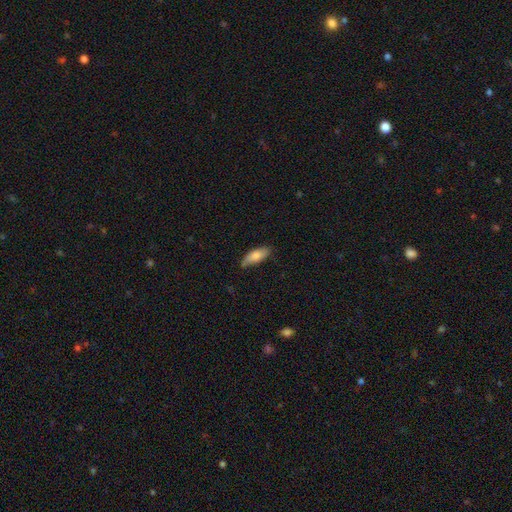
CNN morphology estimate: Smooth or featured?
  - smooth: 77% *
  - featured or disk: 17%
  - star or artifact: 6%
How rounded?
  - in between: 70% *
  - cigar-shaped: 28%
  - round: 2%
Merging?
  - none: 73% *
  - minor disturbance: 23%
  - major disturbance: 3%
  - merger: 2%